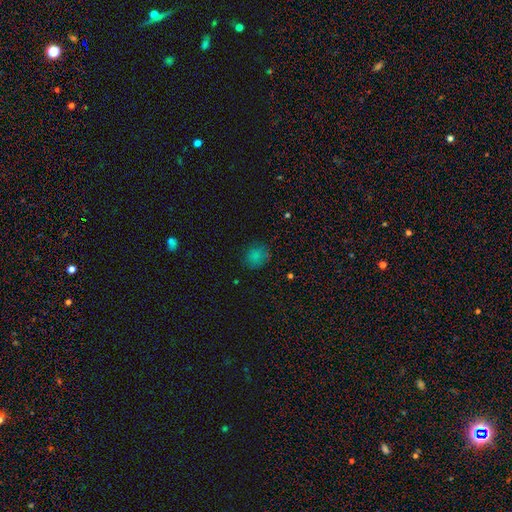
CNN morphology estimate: This appears to be a smooth galaxy with no disk features (69%) that is round (78%). Merging: none (81%).